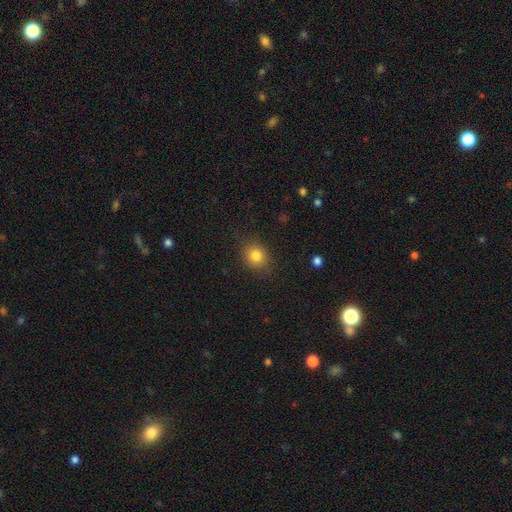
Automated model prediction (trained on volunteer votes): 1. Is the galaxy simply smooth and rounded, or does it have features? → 82% smooth, 11% star or artifact, 7% featured or disk.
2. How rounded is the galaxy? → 70% round, 29% in between, 1% cigar-shaped.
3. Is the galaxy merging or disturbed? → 84% none, 11% minor disturbance, 3% major disturbance, 1% merger.